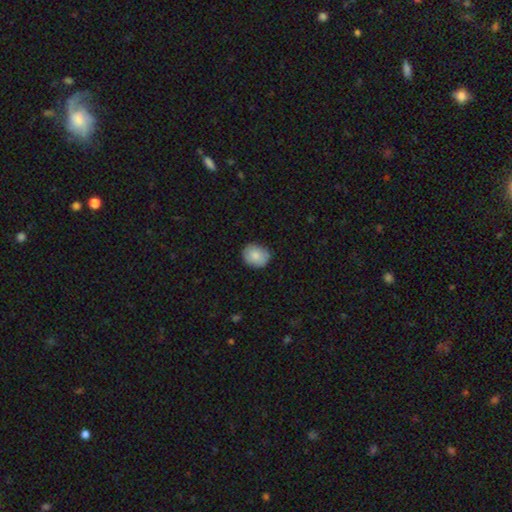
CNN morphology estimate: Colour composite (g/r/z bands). It shows a smooth galaxy with no disk features (85%) that is round (56%). Merging: none (81%).